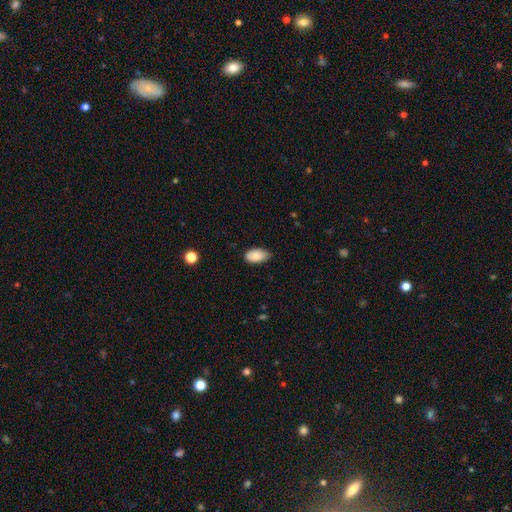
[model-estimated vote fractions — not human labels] This is clearly a smooth galaxy (85%). How rounded: clearly in between (94%). Merging: likely none (69%).